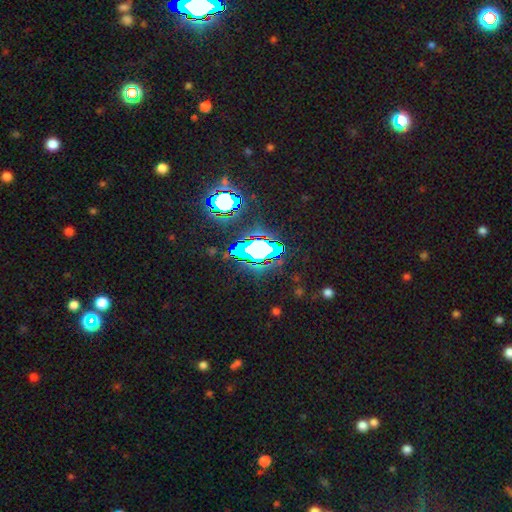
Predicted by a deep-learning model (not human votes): Overall: star or artifact (75%).